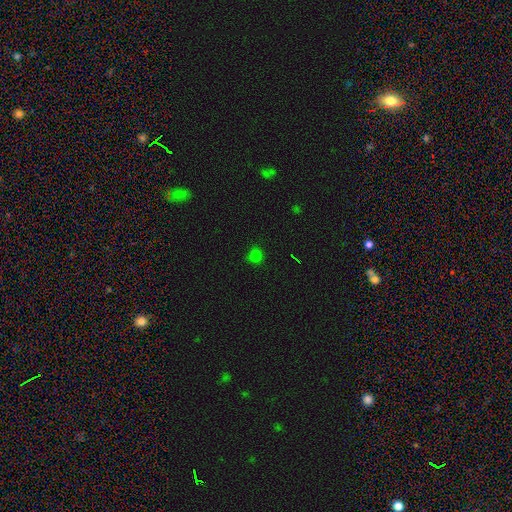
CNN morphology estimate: This is likely a smooth galaxy (74%). How rounded: clearly round (86%). Merging: clearly none (84%).